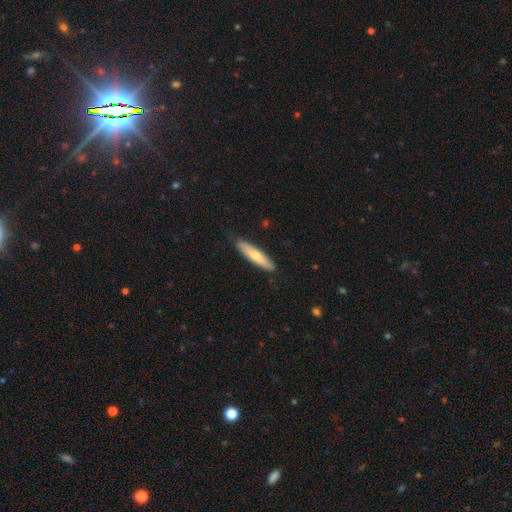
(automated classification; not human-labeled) Overall: smooth (65%; featured or disk 30%). How rounded: cigar-shaped (81%). Merging: none (85%).